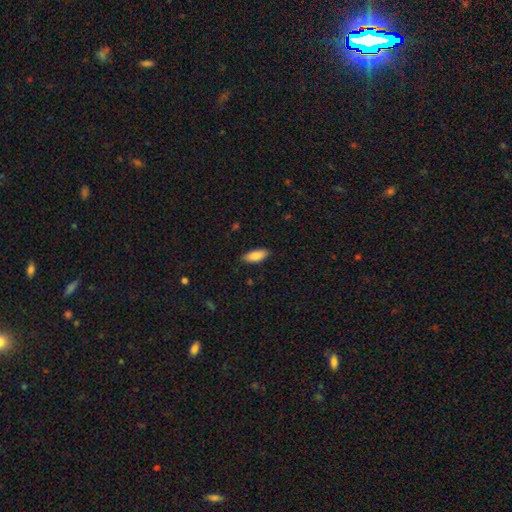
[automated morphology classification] smooth 87%, featured or disk 7%, star or artifact 6%. Down the decision tree: how rounded — in between (80%); merging — none (86%).